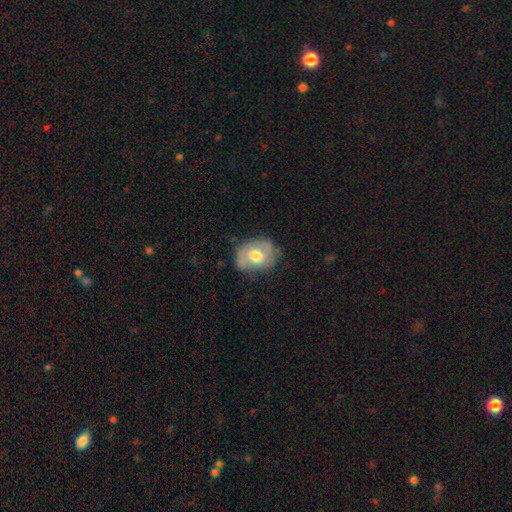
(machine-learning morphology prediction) The model was most divided on "smooth or featured": smooth: 54%, featured or disk: 39%, star or artifact: 6%. More confident: how rounded — in between (62%); merging — none (60%).